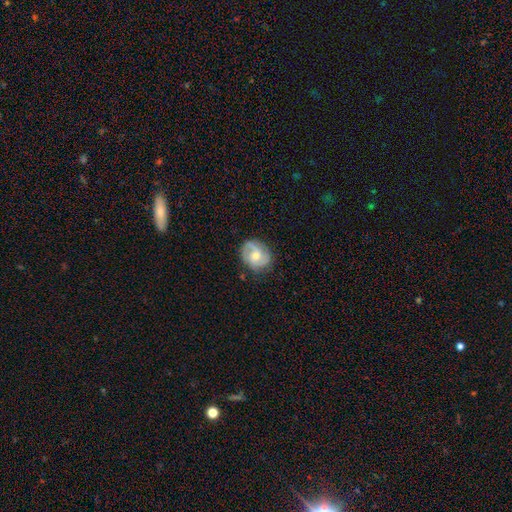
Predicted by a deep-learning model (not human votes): smooth-or-featured: featured or disk: 74% | smooth: 20% | star or artifact: 6%
  disk-edge-on: no: 98% | yes: 2%
    bar: no: 56% | weak: 38% | strong: 6%
    has-spiral-arms: yes: 94% | no: 6%
      spiral-winding: medium: 45% | tight: 40% | loose: 15%
      spiral-arm-count: 2: 67% | 3: 13% | can't tell: 11% | 1: 5% | 4: 2% | more than 4: 2%
    bulge-size: moderate: 58% | small: 36% | large: 4% | none: 2% | dominant: 1%
  merging: none: 75% | minor disturbance: 18% | major disturbance: 6% | merger: 1%